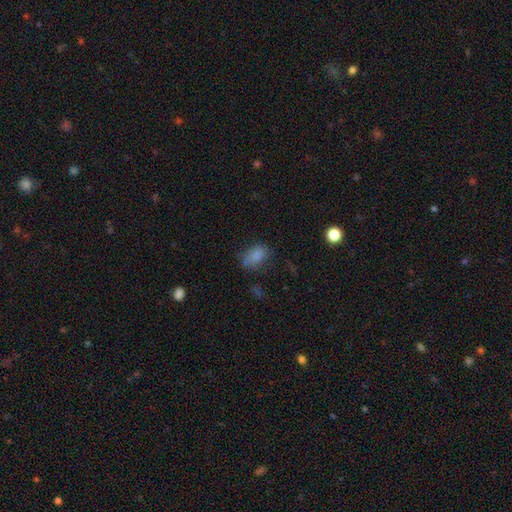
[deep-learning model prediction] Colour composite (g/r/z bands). It shows a smooth galaxy with no disk features (78%) that is in between round and cigar-shaped (86%). Merging: none (56%).